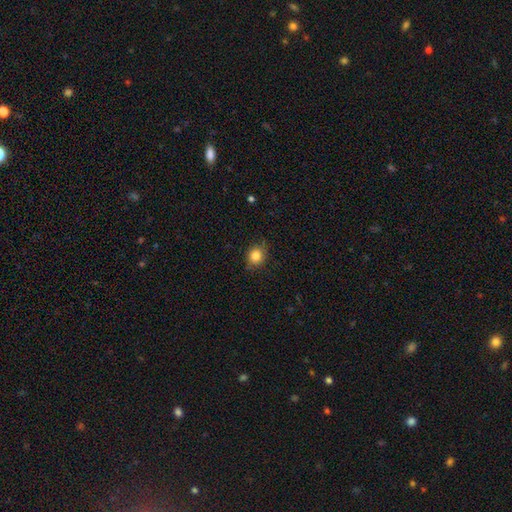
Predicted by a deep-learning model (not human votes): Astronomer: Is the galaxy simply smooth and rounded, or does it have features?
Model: smooth — 83%.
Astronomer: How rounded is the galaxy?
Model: round — 81%.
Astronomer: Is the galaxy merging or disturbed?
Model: none — 81%.